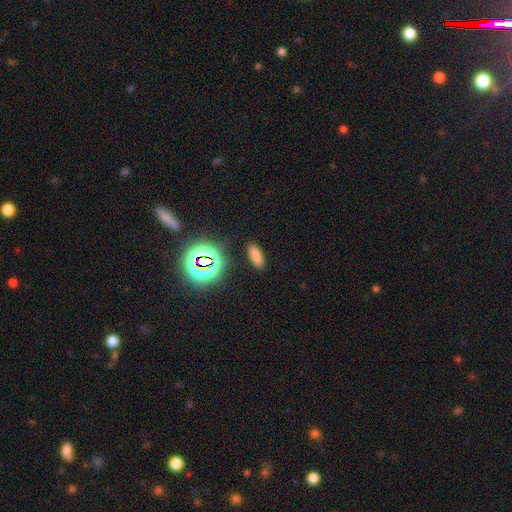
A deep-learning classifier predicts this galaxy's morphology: This is likely a smooth galaxy (73%). How rounded: likely in between (66%). Merging: clearly none (88%).